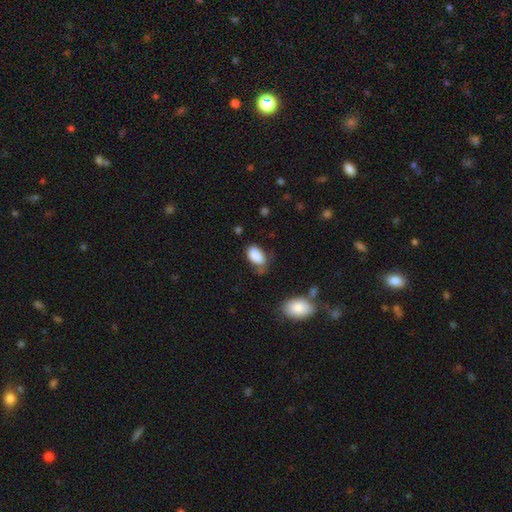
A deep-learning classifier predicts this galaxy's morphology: Smooth or featured? smooth (87%)
How rounded? in between (93%)
Merging? none (52%)